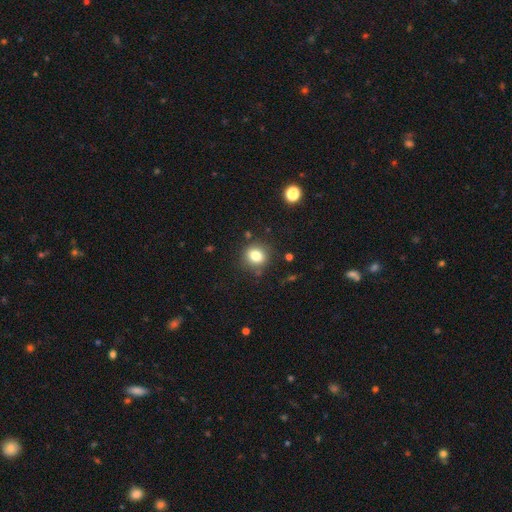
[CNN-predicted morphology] smooth-or-featured: smooth: 81% | star or artifact: 11% | featured or disk: 8%
  how-rounded: round: 75% | in between: 24% | cigar-shaped: 1%
  merging: none: 84% | minor disturbance: 10% | major disturbance: 3% | merger: 3%